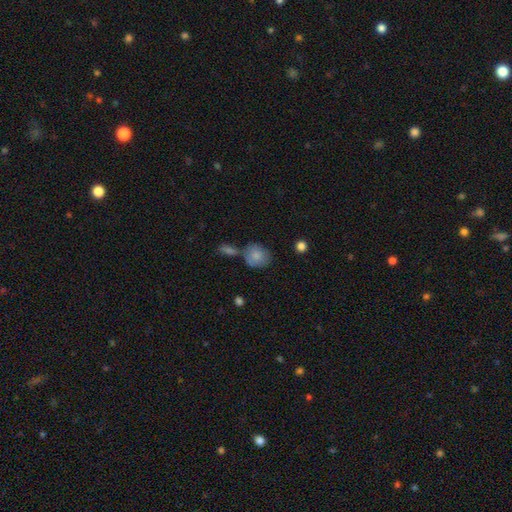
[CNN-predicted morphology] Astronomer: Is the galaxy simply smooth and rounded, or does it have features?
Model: smooth — 82%.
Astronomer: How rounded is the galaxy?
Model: round — 70%.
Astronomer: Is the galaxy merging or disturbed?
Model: none — 53%.